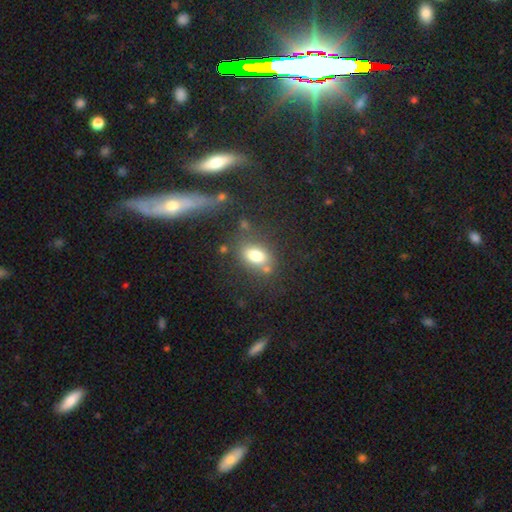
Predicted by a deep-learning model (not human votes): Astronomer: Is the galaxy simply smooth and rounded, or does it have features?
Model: smooth — 77%.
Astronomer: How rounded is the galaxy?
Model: in between — 79%.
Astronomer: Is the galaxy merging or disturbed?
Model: none — 67%.